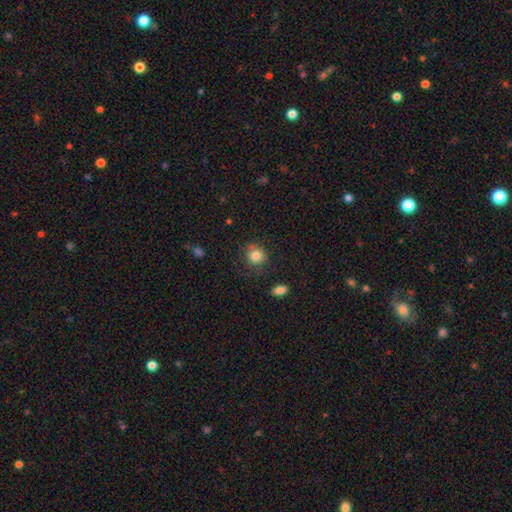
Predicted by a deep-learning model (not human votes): Morphology: type=smooth (83%); roundness=round (83%); merging=none (73%).